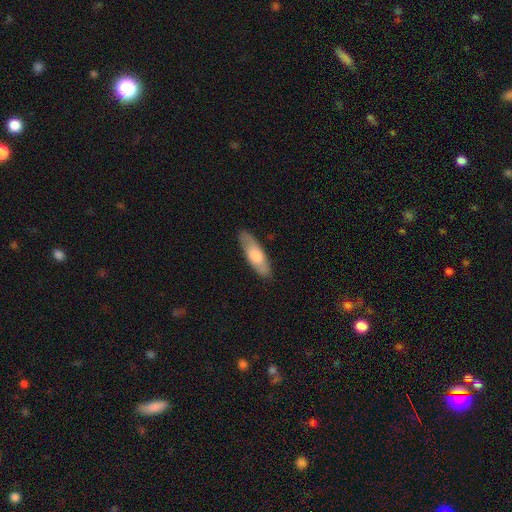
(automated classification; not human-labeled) Smooth or featured: smooth — 62% (featured or disk — 33%)
How rounded: in between — 50% (cigar-shaped — 48%)
Merging: none — 86% (minor disturbance — 11%)